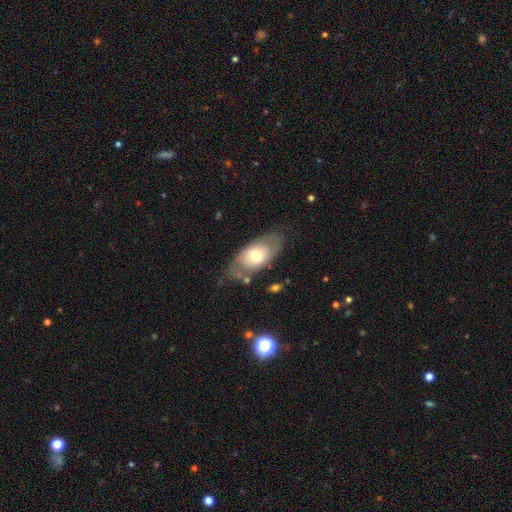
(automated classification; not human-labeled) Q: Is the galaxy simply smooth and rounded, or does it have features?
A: smooth — 61%.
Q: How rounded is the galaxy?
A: in between — 90%.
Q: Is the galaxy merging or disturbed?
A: none — 63%.